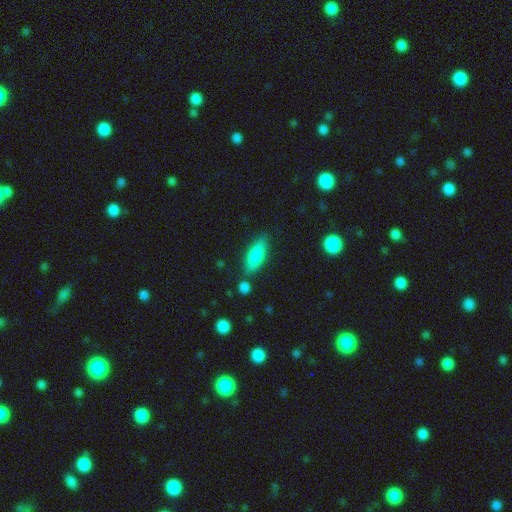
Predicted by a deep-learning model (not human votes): Q: Smooth or featured?
A: smooth (80%); runner-up: featured or disk (13%)
Q: How rounded?
A: in between (73%); runner-up: cigar-shaped (24%)
Q: Merging?
A: none (77%); runner-up: minor disturbance (14%)